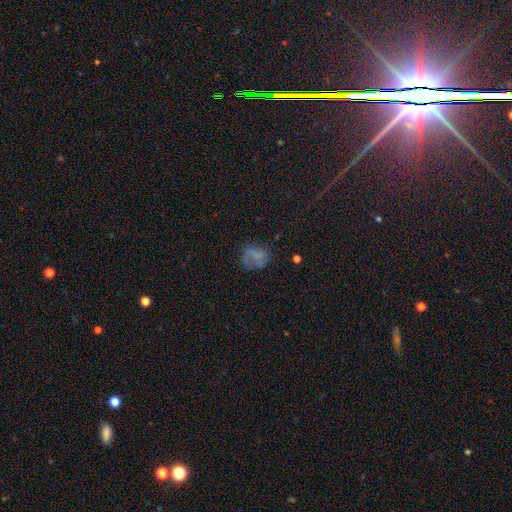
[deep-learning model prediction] Smooth or featured: smooth — 49% (featured or disk — 32%)
Merging: none — 51% (minor disturbance — 22%)